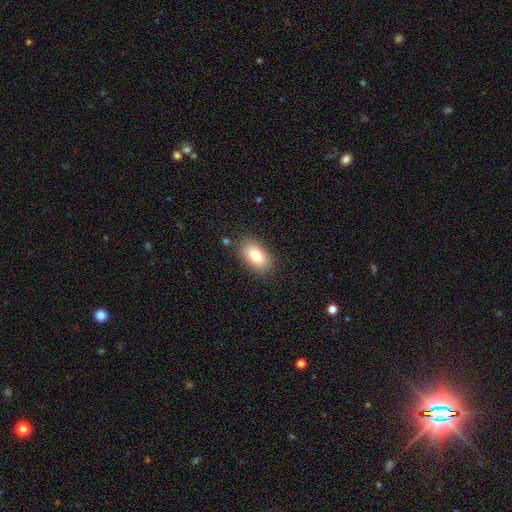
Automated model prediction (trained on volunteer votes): A smooth galaxy with no disk features (80%) that is in between round and cigar-shaped (92%). Merging: none (84%).